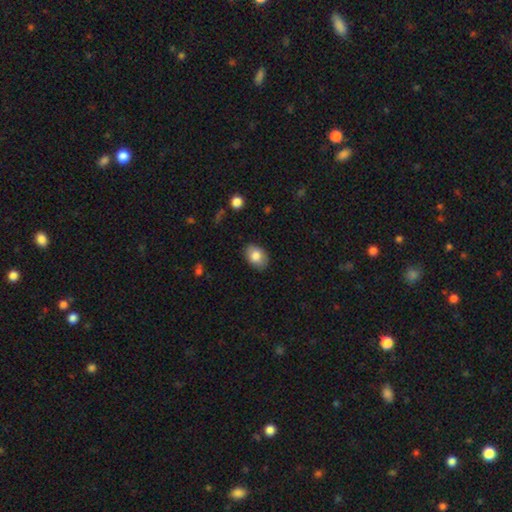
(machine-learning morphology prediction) smooth_or_featured: smooth (p=0.83) [alt: featured or disk p=0.10]
how_rounded: in between (p=0.82) [alt: round p=0.17]
merging: none (p=0.85) [alt: minor disturbance p=0.12]